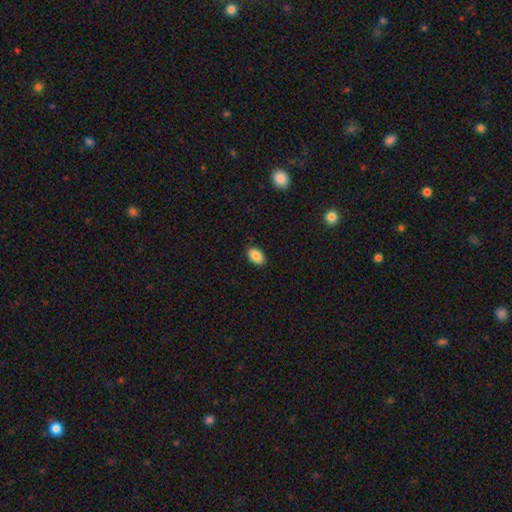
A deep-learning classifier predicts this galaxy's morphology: smooth-or-featured: smooth: 87% | star or artifact: 8% | featured or disk: 6%
  how-rounded: in between: 89% | round: 10% | cigar-shaped: 1%
  merging: none: 88% | minor disturbance: 10% | major disturbance: 2% | merger: 1%